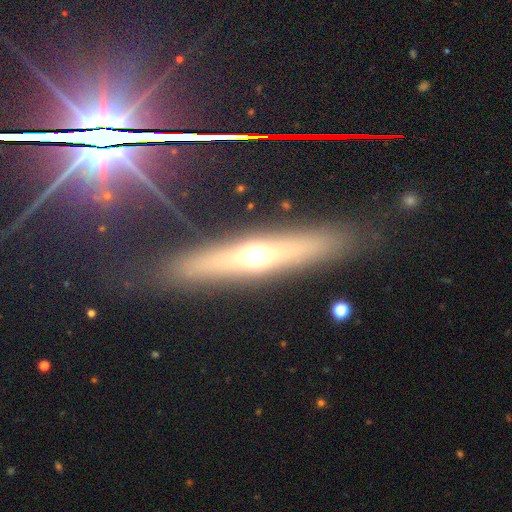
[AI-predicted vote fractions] smooth_or_featured: featured or disk (p=0.49) [alt: smooth p=0.37]
merging: none (p=0.86) [alt: minor disturbance p=0.09]